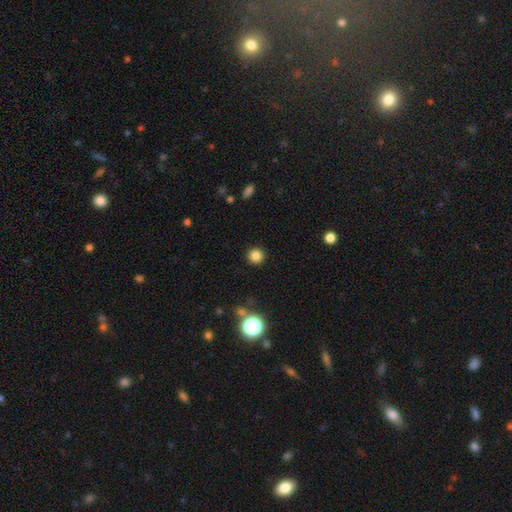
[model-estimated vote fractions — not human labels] Smooth or featured? smooth (83%)
How rounded? round (95%)
Merging? none (92%)